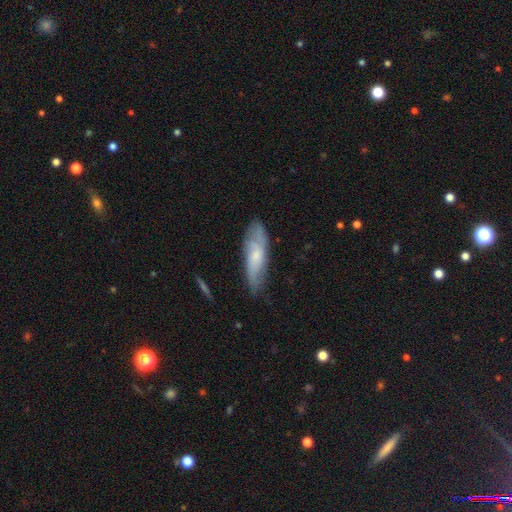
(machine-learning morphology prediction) Smooth or featured? featured or disk (50%)
Edge-on disk? no (71%)
Merging? none (71%)